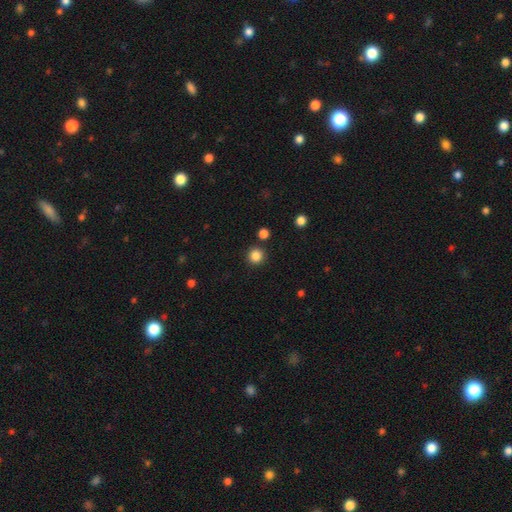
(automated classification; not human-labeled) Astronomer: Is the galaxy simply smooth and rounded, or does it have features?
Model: smooth — 85%.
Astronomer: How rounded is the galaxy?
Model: round — 95%.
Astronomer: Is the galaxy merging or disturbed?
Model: none — 89%.